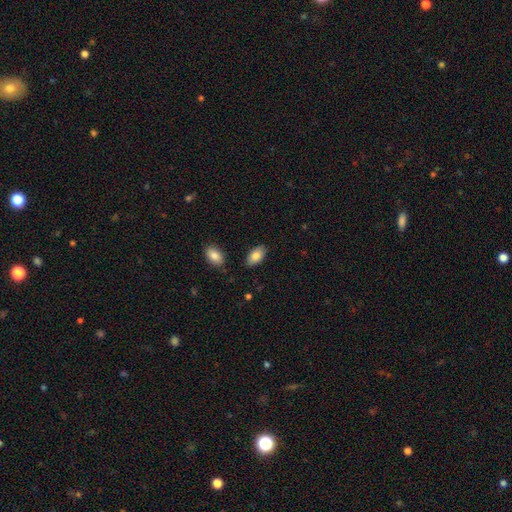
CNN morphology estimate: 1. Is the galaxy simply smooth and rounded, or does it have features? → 85% smooth, 9% featured or disk, 7% star or artifact.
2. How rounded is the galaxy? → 95% in between, 3% round, 3% cigar-shaped.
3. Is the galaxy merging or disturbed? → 85% none, 10% minor disturbance, 2% merger, 2% major disturbance.